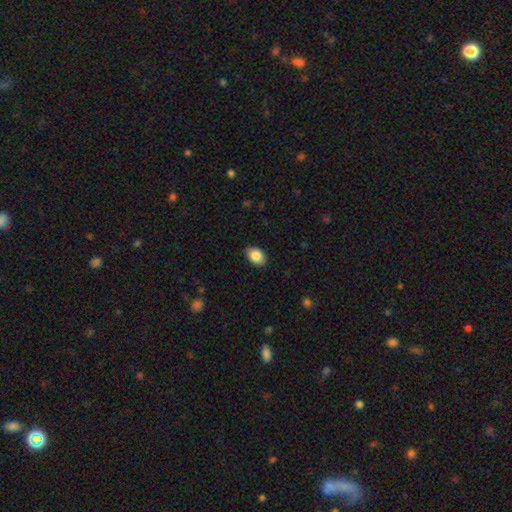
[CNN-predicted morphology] Smooth or featured?
  - smooth: 85% *
  - featured or disk: 8%
  - star or artifact: 7%
How rounded?
  - in between: 86% *
  - round: 12%
  - cigar-shaped: 1%
Merging?
  - none: 87% *
  - minor disturbance: 10%
  - major disturbance: 2%
  - merger: 1%